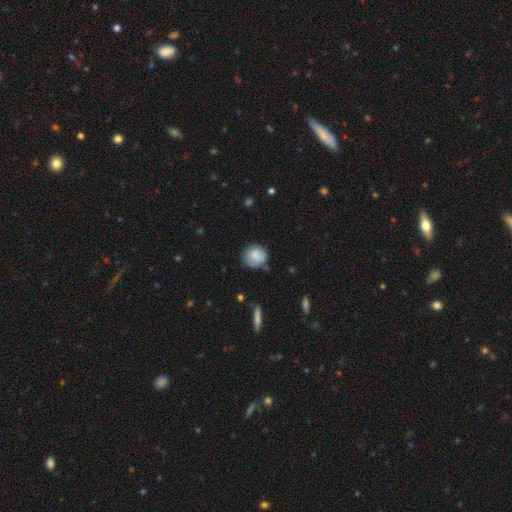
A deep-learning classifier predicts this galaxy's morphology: Overall: smooth (83%). How rounded: round (85%). Merging: none (73%).